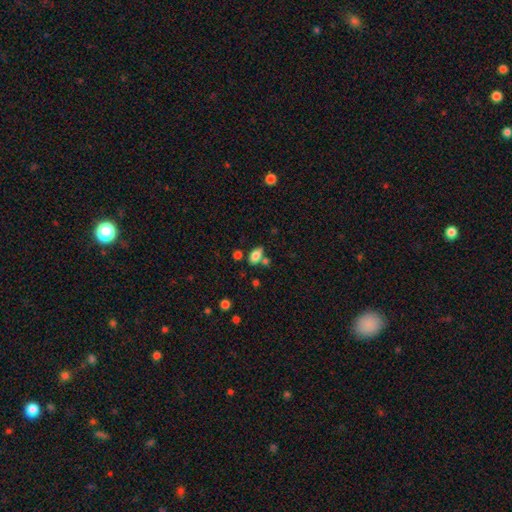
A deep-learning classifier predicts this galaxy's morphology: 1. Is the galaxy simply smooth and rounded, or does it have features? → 81% smooth, 10% featured or disk, 9% star or artifact.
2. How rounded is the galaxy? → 90% in between, 6% round, 4% cigar-shaped.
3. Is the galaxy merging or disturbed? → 64% none, 18% merger, 15% minor disturbance, 4% major disturbance.